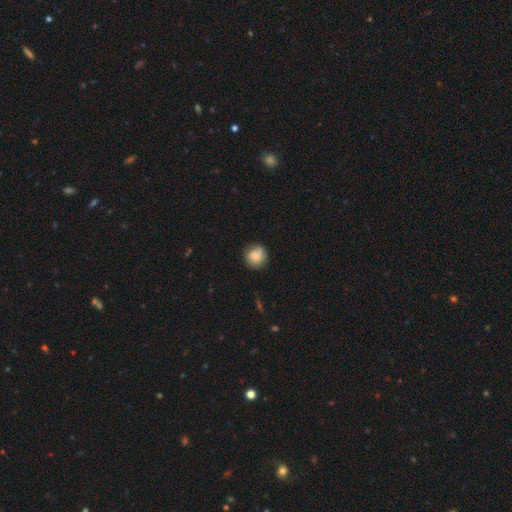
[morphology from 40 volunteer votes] Smooth or featured? 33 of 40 (82%) said smooth. How rounded? 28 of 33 (85%) said round. Merging? 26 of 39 (67%) said none.